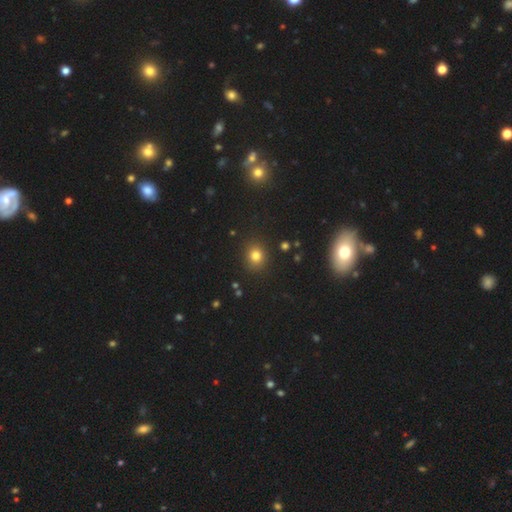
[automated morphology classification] smooth 78%, star or artifact 16%, featured or disk 6%. Down the decision tree: how rounded — round (76%); merging — none (87%).